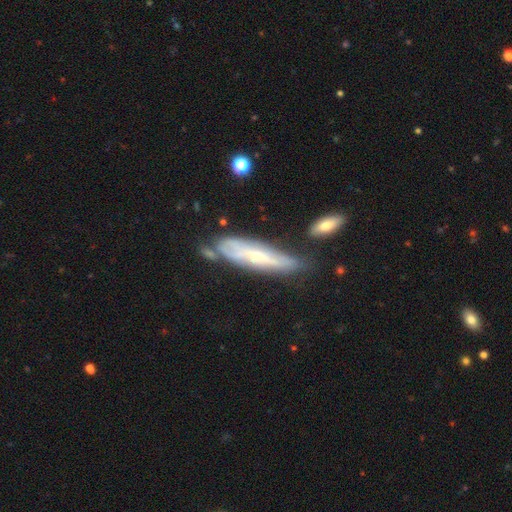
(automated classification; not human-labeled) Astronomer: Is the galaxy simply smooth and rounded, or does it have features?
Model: featured or disk — 64%.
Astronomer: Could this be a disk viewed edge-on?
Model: no — 51% (runner-up: yes, 49%).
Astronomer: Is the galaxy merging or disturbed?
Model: none — 55%.